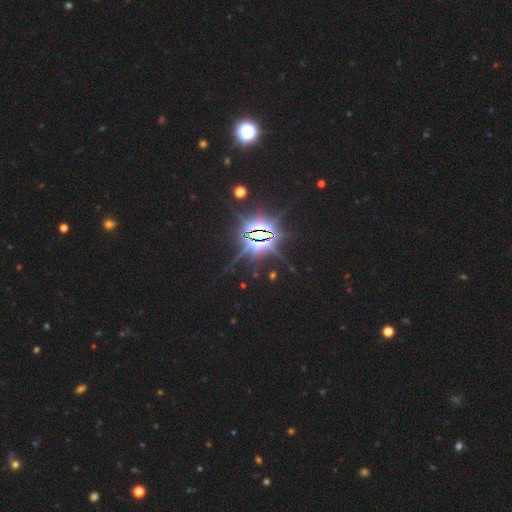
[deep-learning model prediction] Q: Smooth or featured?
A: star or artifact (87%); runner-up: featured or disk (7%)